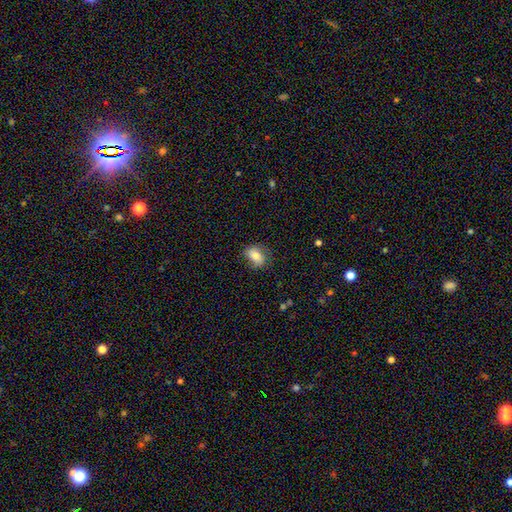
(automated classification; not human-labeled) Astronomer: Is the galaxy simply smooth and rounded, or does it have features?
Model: smooth — 72%.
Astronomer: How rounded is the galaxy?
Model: in between — 79%.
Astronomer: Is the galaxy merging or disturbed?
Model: none — 71%.